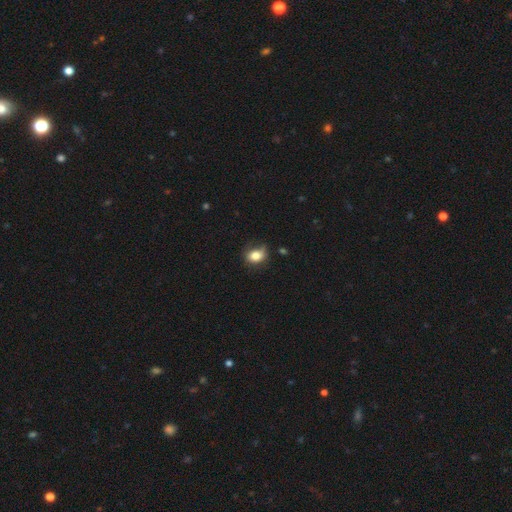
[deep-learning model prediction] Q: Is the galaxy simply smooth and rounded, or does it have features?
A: smooth — 79%.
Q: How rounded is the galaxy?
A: in between — 61%.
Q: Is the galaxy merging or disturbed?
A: none — 53%.